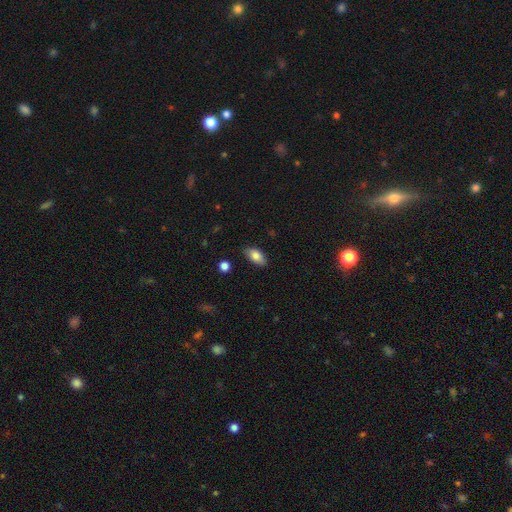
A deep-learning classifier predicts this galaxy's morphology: smooth-or-featured: smooth: 82% | featured or disk: 11% | star or artifact: 7%
  how-rounded: in between: 91% | cigar-shaped: 5% | round: 4%
  merging: none: 83% | minor disturbance: 13% | major disturbance: 2% | merger: 1%